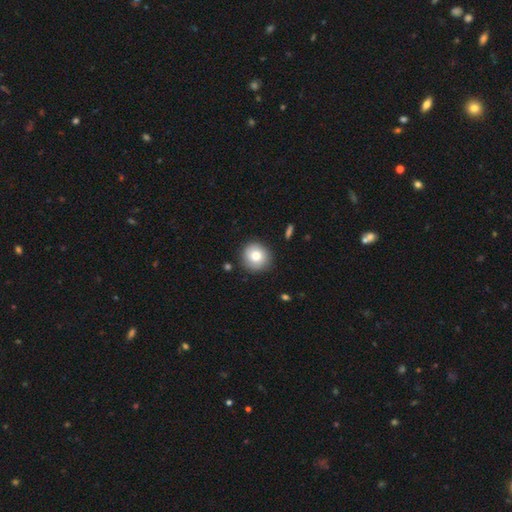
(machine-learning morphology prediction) Smooth or featured? smooth (81%)
How rounded? round (91%)
Merging? none (88%)